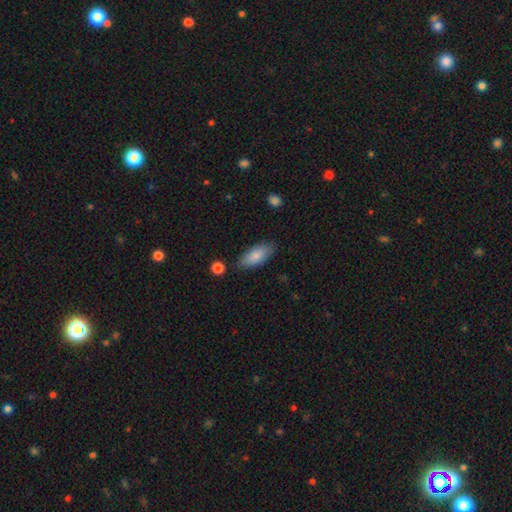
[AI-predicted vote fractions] This appears to be a smooth galaxy with no disk features (83%) that is in between round and cigar-shaped (80%). Merging: none (82%).